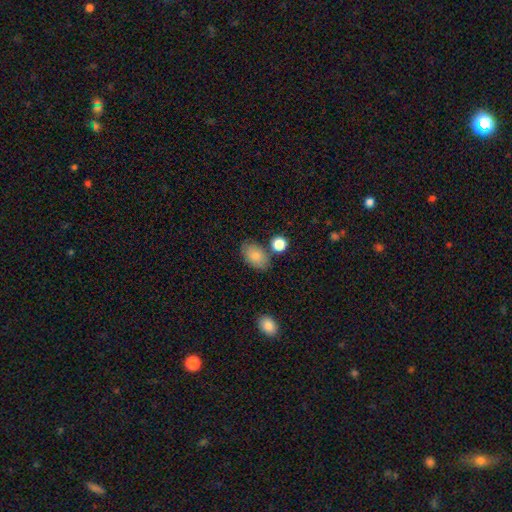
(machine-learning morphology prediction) This is clearly a smooth galaxy (83%). How rounded: clearly in between (87%). Merging: likely none (70%).